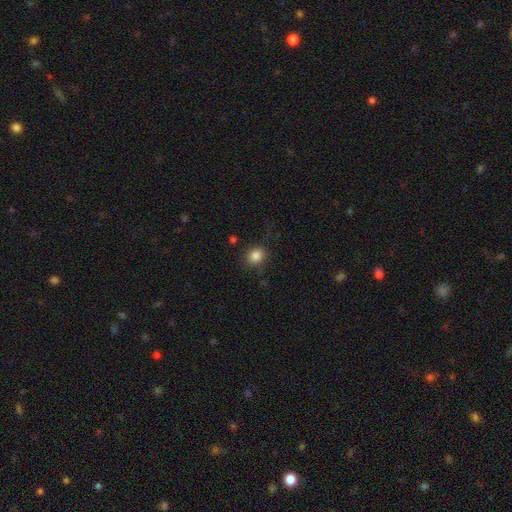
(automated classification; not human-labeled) This is clearly a smooth galaxy (84%). How rounded: likely round (72%). Merging: clearly none (83%).